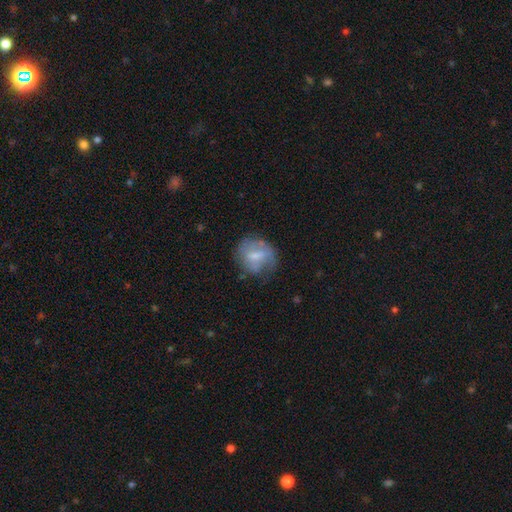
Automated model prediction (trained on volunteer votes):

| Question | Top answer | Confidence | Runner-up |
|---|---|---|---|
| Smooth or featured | smooth | 50% | featured or disk (42%) |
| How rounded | round | 69% | in between (29%) |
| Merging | none | 53% | minor disturbance (27%) |